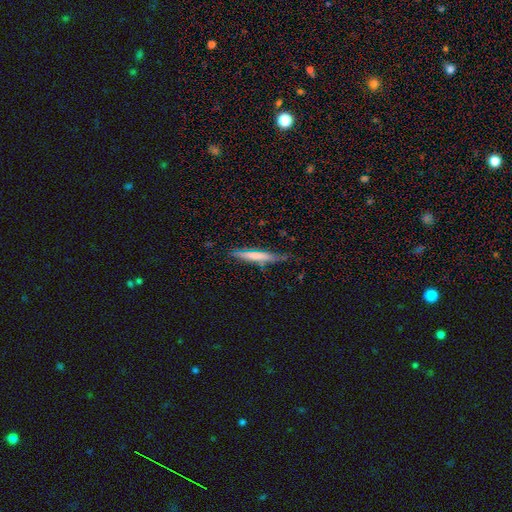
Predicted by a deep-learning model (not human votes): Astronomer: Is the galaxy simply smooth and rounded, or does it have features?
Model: smooth — 62%.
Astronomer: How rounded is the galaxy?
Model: cigar-shaped — 92%.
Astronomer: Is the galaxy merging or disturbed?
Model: none — 77%.